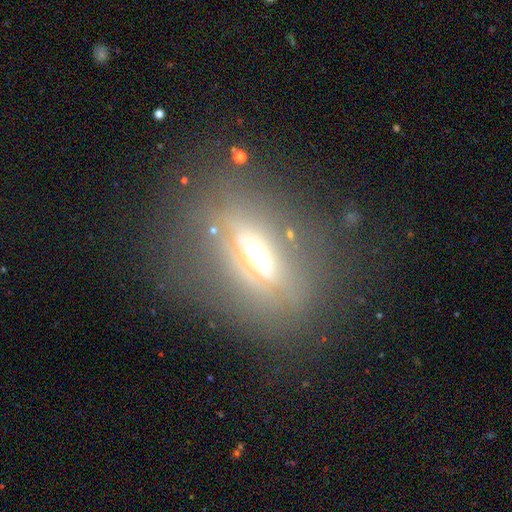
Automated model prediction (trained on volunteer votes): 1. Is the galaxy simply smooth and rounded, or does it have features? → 66% featured or disk, 22% smooth, 12% star or artifact.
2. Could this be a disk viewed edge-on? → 70% yes, 30% no.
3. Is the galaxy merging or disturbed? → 71% none, 16% minor disturbance, 11% major disturbance, 2% merger.